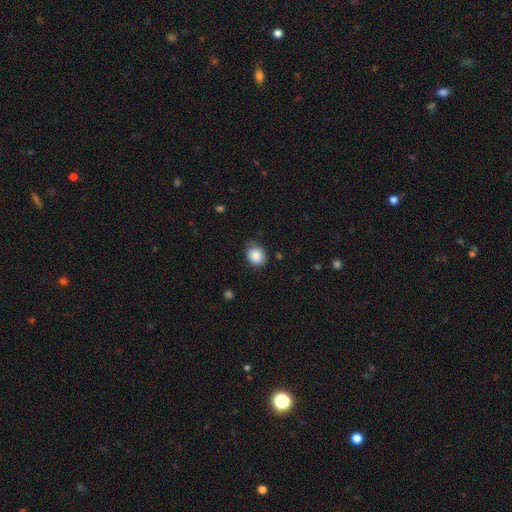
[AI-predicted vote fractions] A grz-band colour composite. It shows a smooth galaxy with no disk features (87%) that is round (63%). Merging: none (75%).